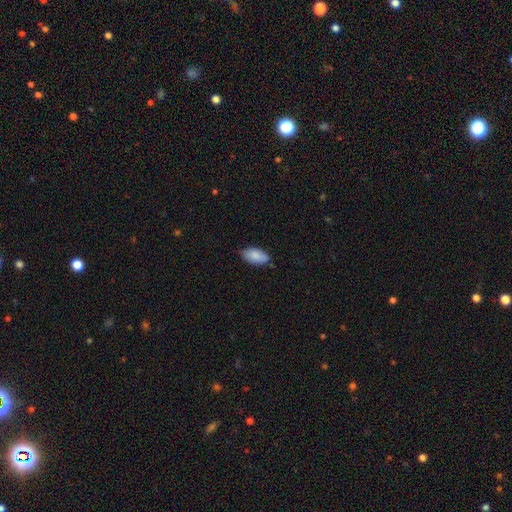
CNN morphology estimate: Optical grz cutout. It shows a smooth galaxy with no disk features (87%) that is in between round and cigar-shaped (93%). Merging: none (75%).